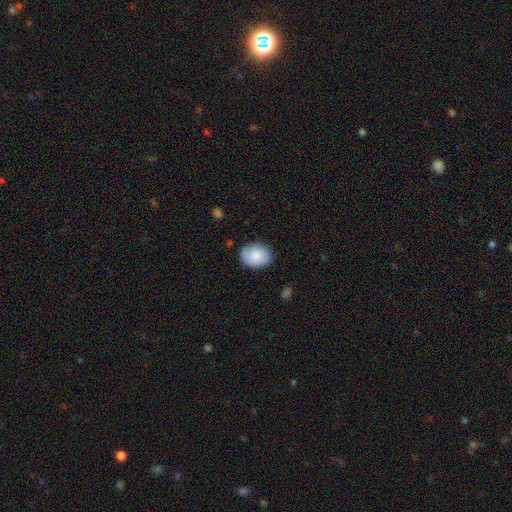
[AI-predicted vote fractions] Morphology: type=smooth (77%); roundness=in between (63%); merging=none (76%).